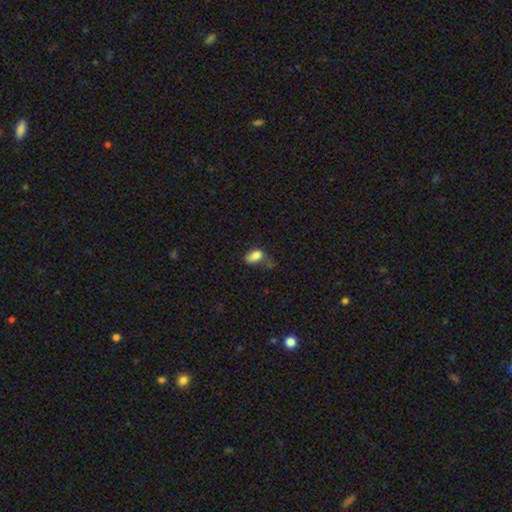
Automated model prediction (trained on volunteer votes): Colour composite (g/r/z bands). It shows a smooth galaxy with no disk features (81%) that is in between round and cigar-shaped (87%). Merging: minor disturbance (35%).